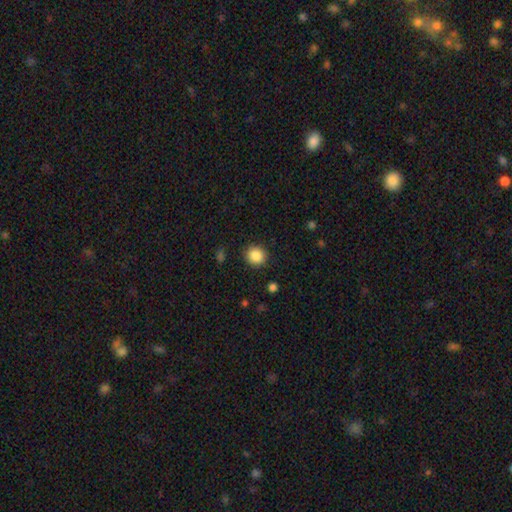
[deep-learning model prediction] smooth 86%, star or artifact 10%, featured or disk 4%. Down the decision tree: how rounded — round (91%); merging — none (90%).